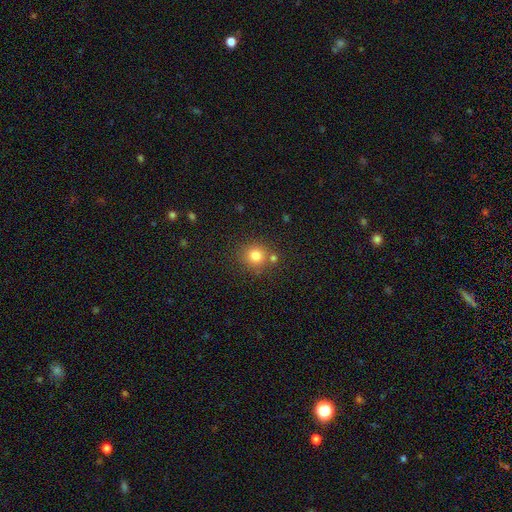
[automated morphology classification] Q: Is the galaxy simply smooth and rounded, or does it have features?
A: smooth — 80%.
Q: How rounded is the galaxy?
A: round — 89%.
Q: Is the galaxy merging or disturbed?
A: none — 73%.